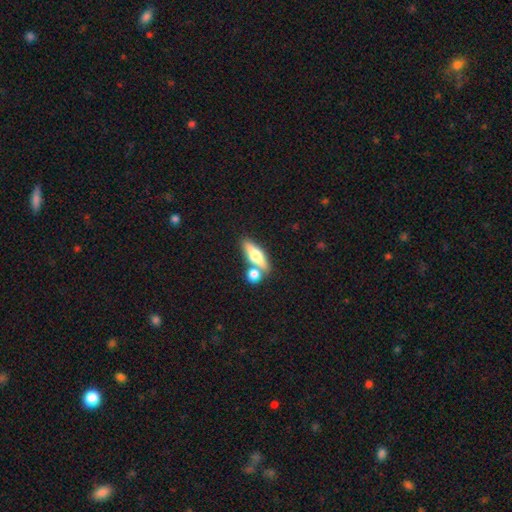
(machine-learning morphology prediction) smooth-or-featured: smooth: 58% | featured or disk: 35% | star or artifact: 7%
  how-rounded: in between: 53% | cigar-shaped: 39% | round: 8%
  merging: none: 56% | merger: 30% | minor disturbance: 10% | major disturbance: 4%